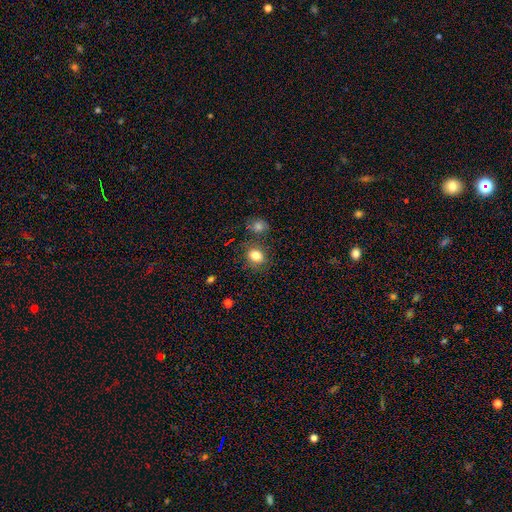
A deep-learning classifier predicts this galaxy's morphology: A smooth galaxy with no disk features (82%) that is round (52%).

Vote fractions:
- Smooth or featured? smooth: 82% / star or artifact: 10% / featured or disk: 8%
- How rounded? round: 52% / in between: 47% / cigar-shaped: 1%
- Merging? none: 75% / minor disturbance: 13% / merger: 7% / major disturbance: 4%